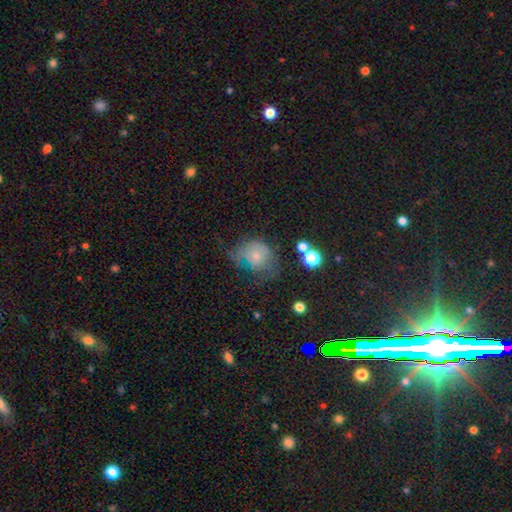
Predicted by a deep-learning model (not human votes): This is possibly a smooth galaxy (57%). How rounded: possibly round (58%). Merging: marginally major disturbance (36%).